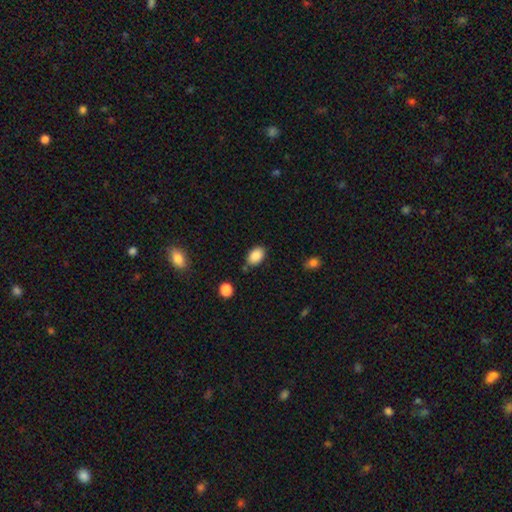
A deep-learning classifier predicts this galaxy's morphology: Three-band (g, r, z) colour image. It shows a smooth galaxy with no disk features (88%) that is in between round and cigar-shaped (85%). Merging: none (77%).